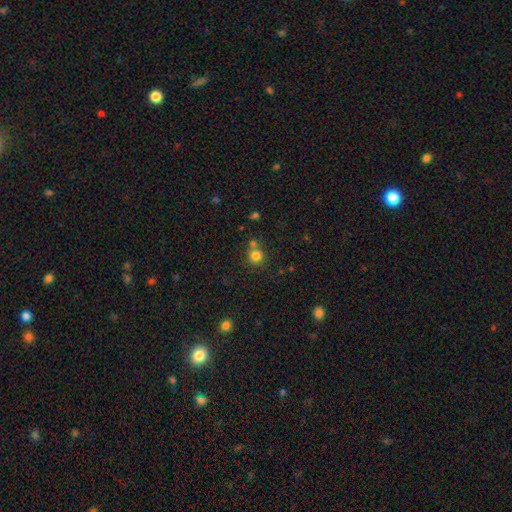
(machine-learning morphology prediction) A smooth galaxy with no disk features (80%) that is round (91%).

Vote fractions:
- Smooth or featured? smooth: 80% / star or artifact: 13% / featured or disk: 7%
- How rounded? round: 91% / in between: 8% / cigar-shaped: 1%
- Merging? none: 63% / merger: 25% / minor disturbance: 9% / major disturbance: 3%